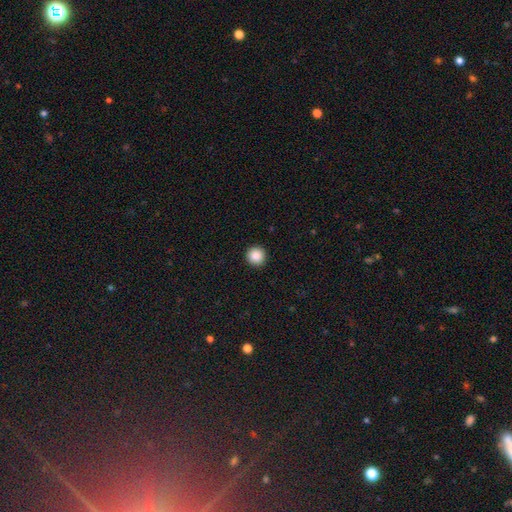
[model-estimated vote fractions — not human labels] smooth-or-featured: smooth: 88% | star or artifact: 9% | featured or disk: 3%
  how-rounded: round: 96% | in between: 4% | cigar-shaped: 1%
  merging: none: 93% | minor disturbance: 4% | major disturbance: 1% | merger: 1%